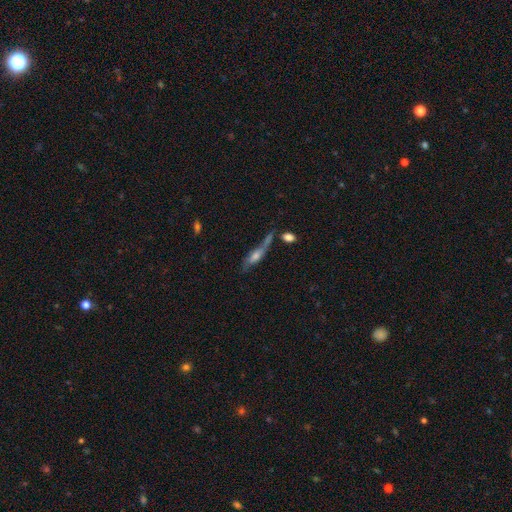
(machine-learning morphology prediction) A featured or disk galaxy (50%).

Vote fractions:
- Smooth or featured? featured or disk: 50% / smooth: 40% / star or artifact: 10%
- Merging? none: 45% / merger: 23% / minor disturbance: 20% / major disturbance: 12%